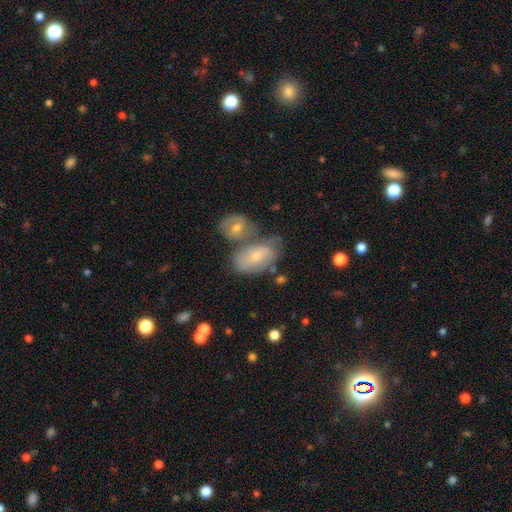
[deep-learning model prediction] Smooth or featured: smooth — 57% (featured or disk — 35%)
How rounded: in between — 88% (round — 9%)
Merging: none — 38% (merger — 37%)